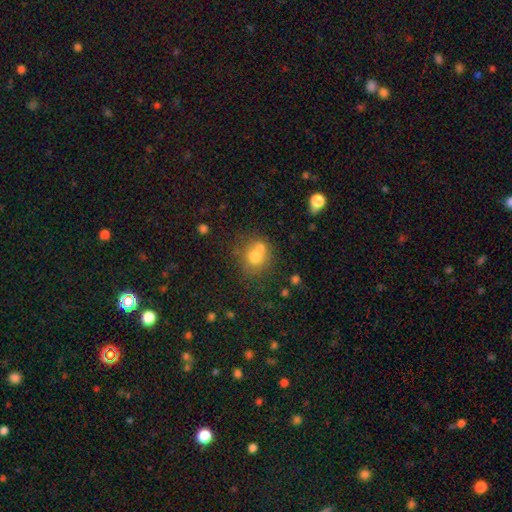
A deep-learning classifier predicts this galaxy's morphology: This appears to be a smooth galaxy with no disk features (69%) that is round (78%). Merging: none (44%).